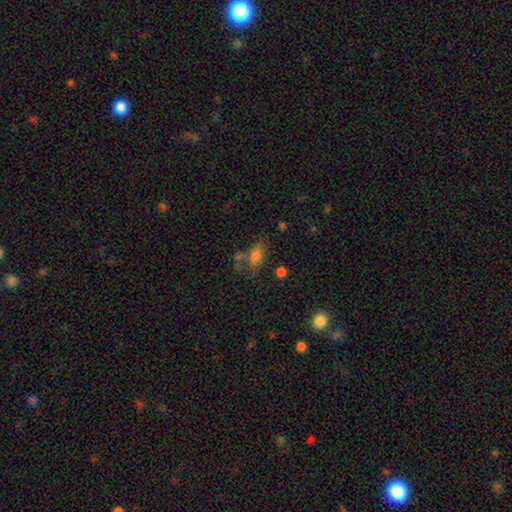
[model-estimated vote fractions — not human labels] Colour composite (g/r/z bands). It shows a smooth galaxy with no disk features (72%) that is in between round and cigar-shaped (82%). Merging: none (49%).